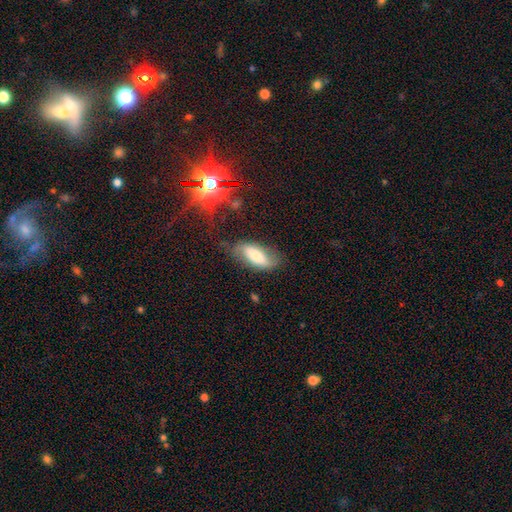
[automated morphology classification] smooth_or_featured: smooth (p=0.65) [alt: featured or disk p=0.27]
how_rounded: in between (p=0.77) [alt: cigar-shaped p=0.20]
merging: none (p=0.63) [alt: minor disturbance p=0.25]